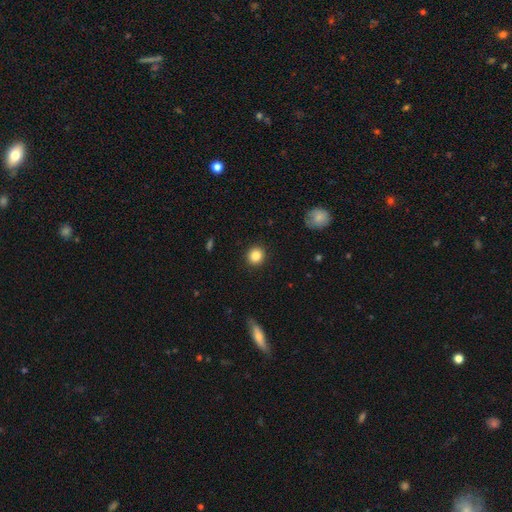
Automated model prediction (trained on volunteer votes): Smooth or featured? smooth (85%)
How rounded? round (87%)
Merging? none (91%)